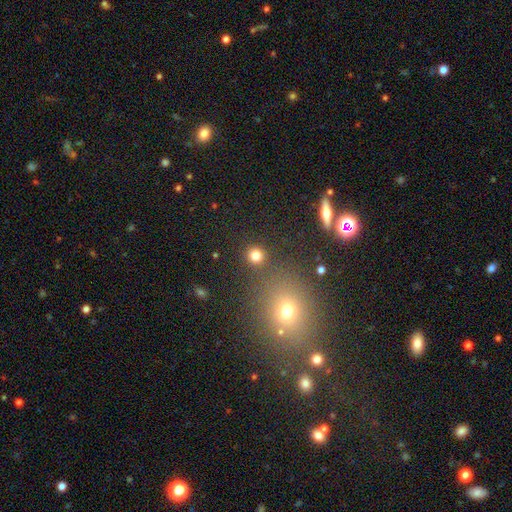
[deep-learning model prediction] This appears to be a smooth galaxy with no disk features (80%) that is round (91%). Merging: none (86%).